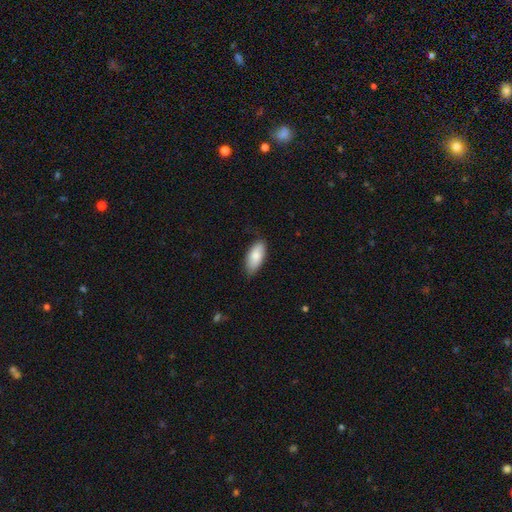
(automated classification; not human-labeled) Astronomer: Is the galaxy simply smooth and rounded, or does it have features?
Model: smooth — 83%.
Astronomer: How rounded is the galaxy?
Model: in between — 89%.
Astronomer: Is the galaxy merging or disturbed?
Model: none — 78%.